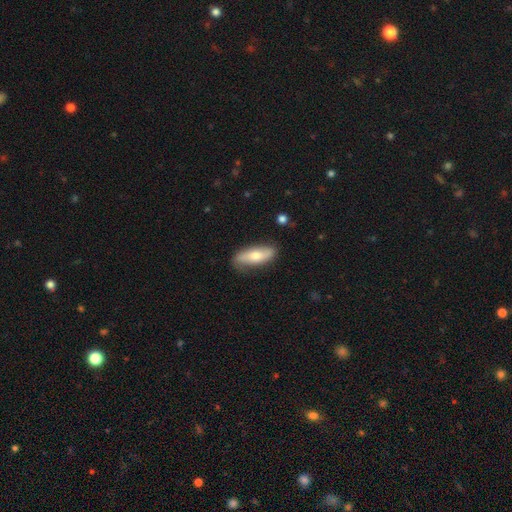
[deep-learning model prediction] This appears to be a smooth galaxy with no disk features (63%) that is in between round and cigar-shaped (64%). Merging: none (78%).